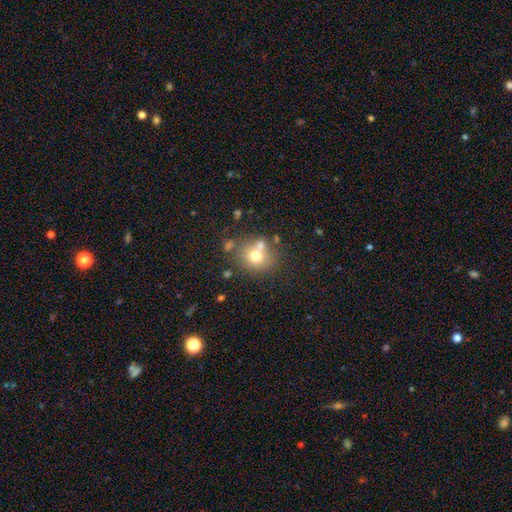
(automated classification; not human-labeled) This is likely a smooth galaxy (69%). How rounded: likely round (77%). Merging: possibly none (59%).